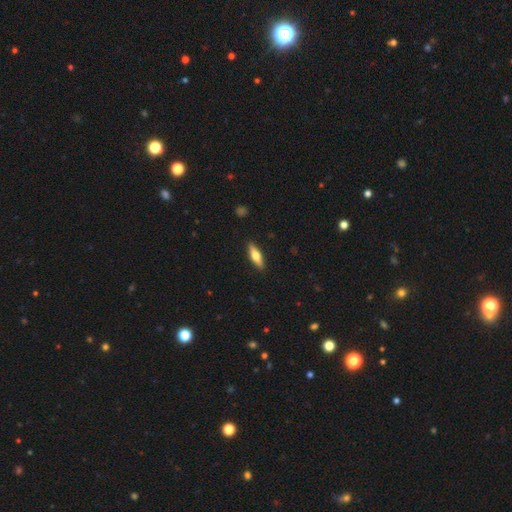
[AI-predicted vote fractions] smooth_or_featured: smooth (p=0.55) [alt: featured or disk p=0.39]
how_rounded: cigar-shaped (p=0.52) [alt: in between p=0.45]
merging: none (p=0.90) [alt: minor disturbance p=0.07]